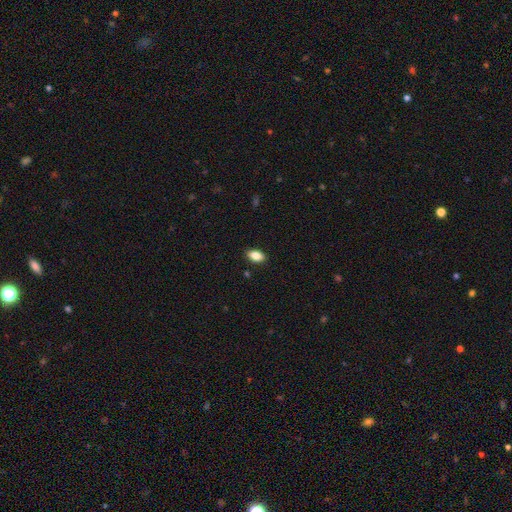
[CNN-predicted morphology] A smooth galaxy with no disk features (86%) that is in between round and cigar-shaped (91%).

Vote fractions:
- Smooth or featured? smooth: 86% / star or artifact: 8% / featured or disk: 6%
- How rounded? in between: 91% / round: 6% / cigar-shaped: 3%
- Merging? none: 89% / minor disturbance: 8% / major disturbance: 2% / merger: 1%